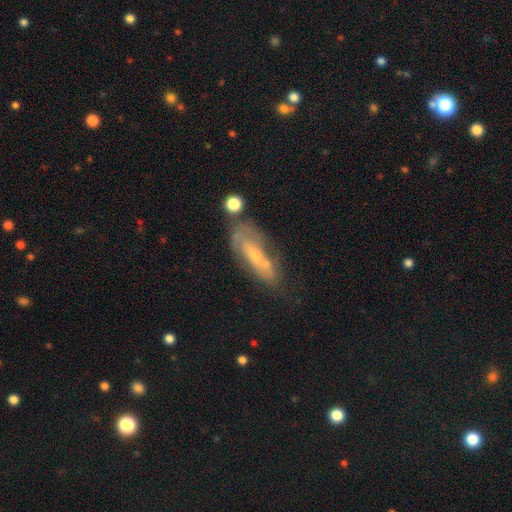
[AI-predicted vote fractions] Smooth or featured?
  - featured or disk: 61% *
  - smooth: 29%
  - star or artifact: 10%
Edge-on disk?
  - no: 73% *
  - yes: 27%
Merging?
  - none: 50% *
  - minor disturbance: 24%
  - major disturbance: 13%
  - merger: 13%